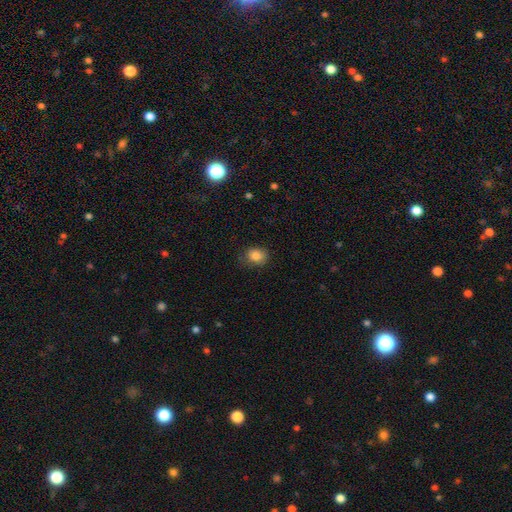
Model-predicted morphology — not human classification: Smooth or featured?
  - smooth: 85% *
  - star or artifact: 10%
  - featured or disk: 4%
How rounded?
  - round: 60% *
  - in between: 39%
  - cigar-shaped: 1%
Merging?
  - none: 74% *
  - minor disturbance: 20%
  - major disturbance: 5%
  - merger: 1%